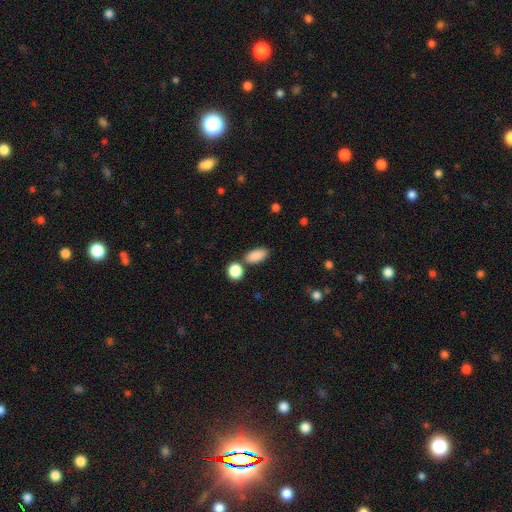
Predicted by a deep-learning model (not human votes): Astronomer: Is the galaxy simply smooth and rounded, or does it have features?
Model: smooth — 88%.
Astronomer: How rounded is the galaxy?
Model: in between — 89%.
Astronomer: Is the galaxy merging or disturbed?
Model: none — 69%.